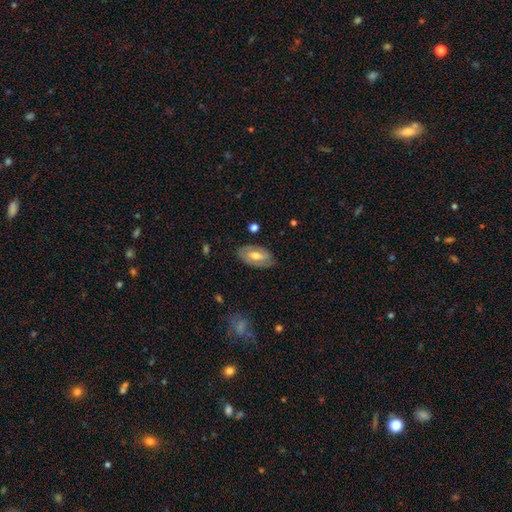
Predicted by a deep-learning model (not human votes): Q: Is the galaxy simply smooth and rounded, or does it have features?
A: featured or disk — 55%.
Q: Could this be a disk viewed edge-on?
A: no — 90%.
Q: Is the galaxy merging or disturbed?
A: none — 78%.